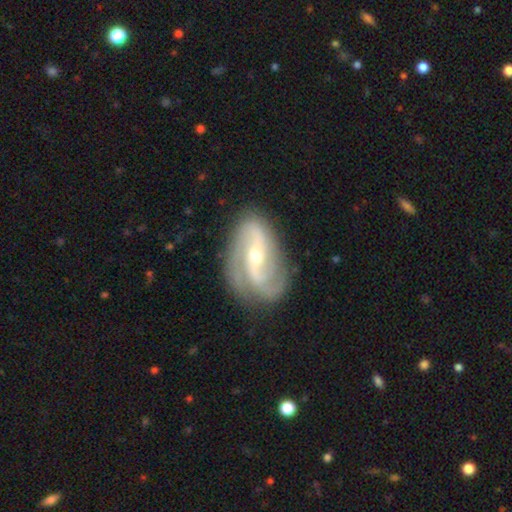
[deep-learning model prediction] A featured or disk galaxy (87%) with a weak bar (39%), 2 (74%) medium (46%) spiral arms (96%) and a small central bulge (54%).

Vote fractions:
- Smooth or featured? featured or disk: 87% / smooth: 8% / star or artifact: 5%
- Edge-on disk? no: 96% / yes: 4%
- Bar? weak: 39% / no: 32% / strong: 29%
- Spiral arms? yes: 96% / no: 4%
- Spiral winding? medium: 46% / loose: 33% / tight: 22%
- Spiral arm count? 2: 74% / 3: 10% / can't tell: 8% / 1: 4% / 4: 2% / more than 4: 2%
- Bulge size? small: 54% / moderate: 43% / large: 2% / none: 1% / dominant: 1%
- Merging? none: 74% / minor disturbance: 17% / major disturbance: 7% / merger: 2%